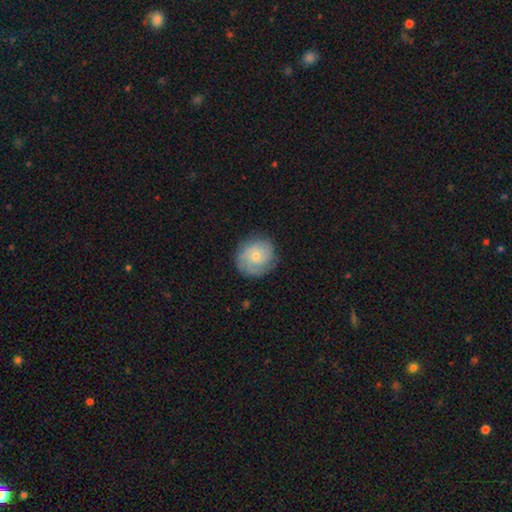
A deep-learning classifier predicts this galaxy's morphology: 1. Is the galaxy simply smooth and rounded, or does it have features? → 54% featured or disk, 39% smooth, 7% star or artifact.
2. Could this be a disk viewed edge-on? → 98% no, 2% yes.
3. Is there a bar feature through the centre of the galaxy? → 80% no, 18% weak, 2% strong.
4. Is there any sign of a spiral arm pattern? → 85% yes, 15% no.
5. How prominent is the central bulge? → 69% small, 26% moderate, 2% none, 2% large, 1% dominant.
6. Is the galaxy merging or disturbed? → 77% none, 16% minor disturbance, 6% major disturbance, 1% merger.